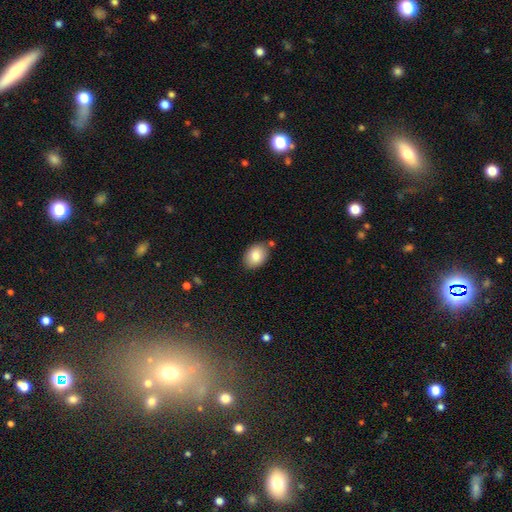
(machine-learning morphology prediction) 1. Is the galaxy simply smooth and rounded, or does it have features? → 85% smooth, 8% featured or disk, 7% star or artifact.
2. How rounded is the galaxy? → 75% in between, 24% round, 1% cigar-shaped.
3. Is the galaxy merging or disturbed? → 78% none, 13% minor disturbance, 6% merger, 3% major disturbance.